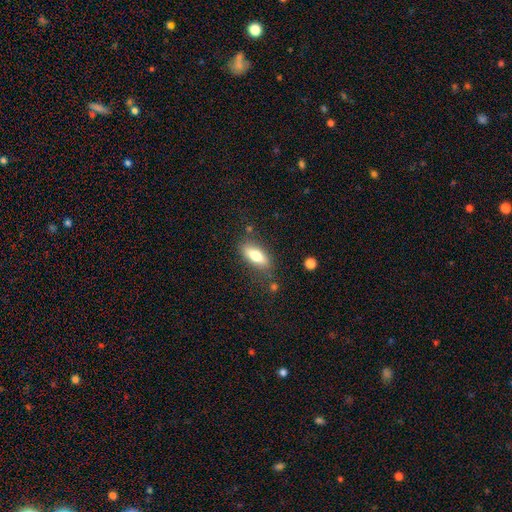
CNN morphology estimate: This is likely a smooth galaxy (69%). How rounded: likely in between (72%). Merging: likely none (78%).